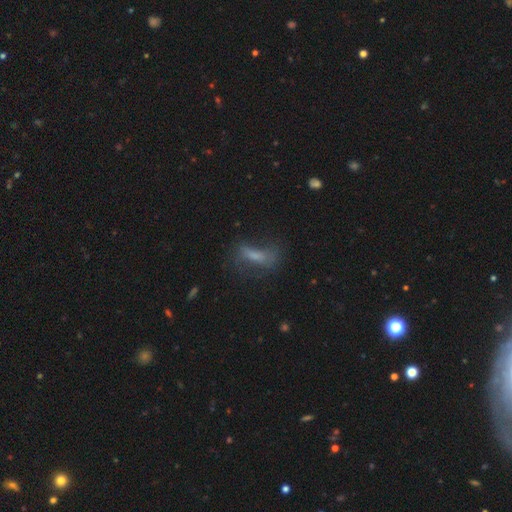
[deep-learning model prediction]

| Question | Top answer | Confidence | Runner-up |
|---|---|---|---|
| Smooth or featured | smooth | 50% | featured or disk (35%) |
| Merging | none | 48% | major disturbance (25%) |